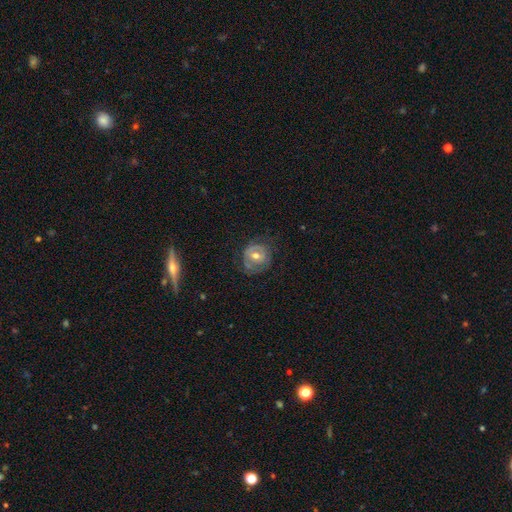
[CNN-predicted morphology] smooth_or_featured: featured or disk (p=0.55) [alt: smooth p=0.37]
disk_edge_on: no (p=0.96) [alt: yes p=0.04]
bar: no (p=0.54) [alt: weak p=0.32]
has_spiral_arms: no (p=0.56) [alt: yes p=0.44]
bulge_size: moderate (p=0.76) [alt: small p=0.16]
merging: none (p=0.63) [alt: minor disturbance p=0.22]